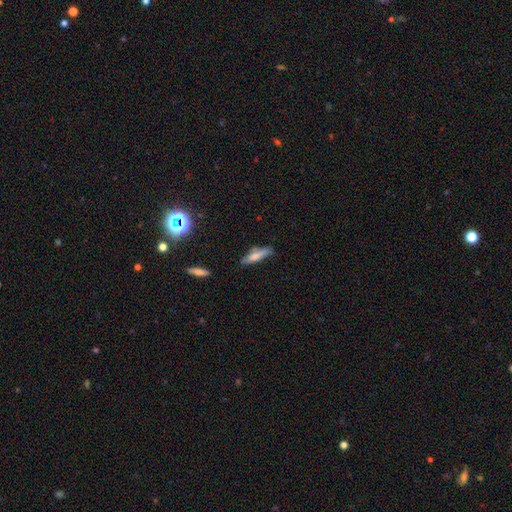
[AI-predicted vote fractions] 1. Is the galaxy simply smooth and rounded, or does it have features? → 67% smooth, 25% featured or disk, 8% star or artifact.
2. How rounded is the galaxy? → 68% cigar-shaped, 30% in between, 2% round.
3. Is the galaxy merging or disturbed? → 66% none, 25% minor disturbance, 5% major disturbance, 4% merger.